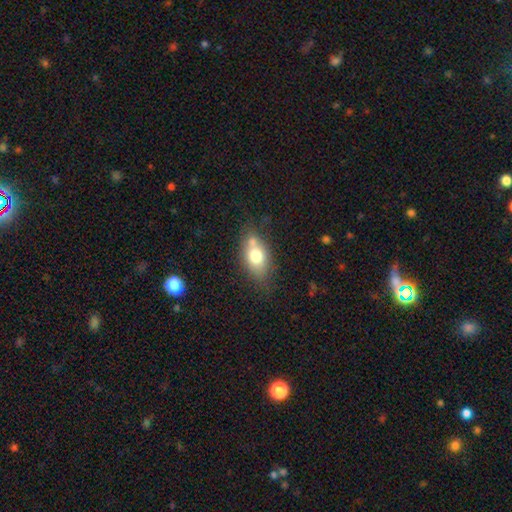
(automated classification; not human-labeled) smooth-or-featured: smooth: 71% | featured or disk: 20% | star or artifact: 9%
  how-rounded: in between: 79% | round: 17% | cigar-shaped: 5%
  merging: none: 56% | merger: 20% | minor disturbance: 18% | major disturbance: 5%